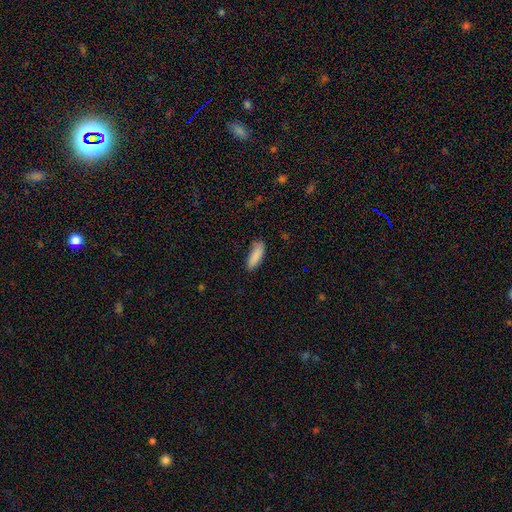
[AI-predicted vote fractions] This appears to be a smooth galaxy with no disk features (88%) that is in between round and cigar-shaped (57%). Merging: none (74%).